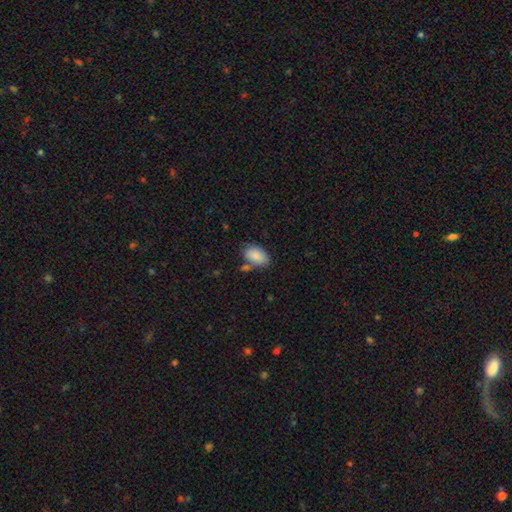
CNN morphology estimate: type=smooth (87%); roundness=in between (90%); merging=none (65%).